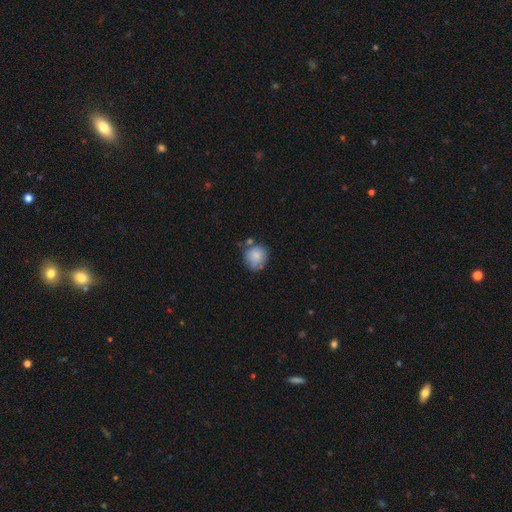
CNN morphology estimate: type=smooth (82%); roundness=round (82%); merging=none (60%).